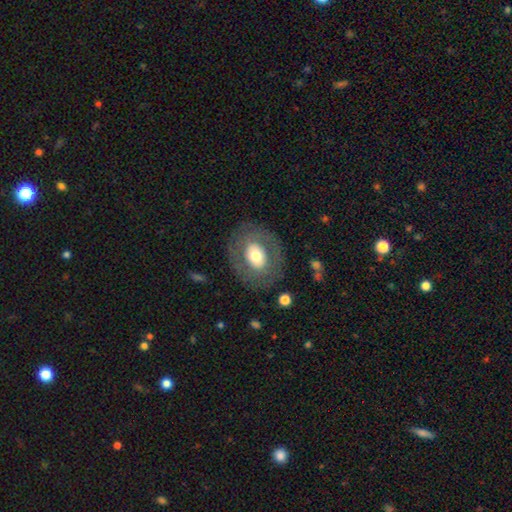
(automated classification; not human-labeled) smooth 49%, featured or disk 44%, star or artifact 7%. Down the decision tree: merging — none (79%).